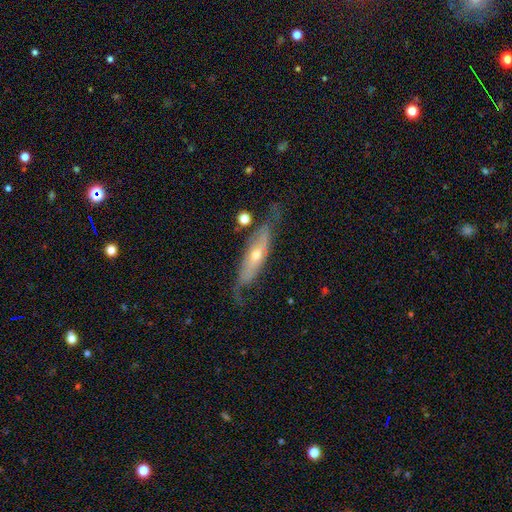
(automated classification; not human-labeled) Smooth or featured? featured or disk (72%)
Edge-on disk? no (59%)
Merging? none (61%)